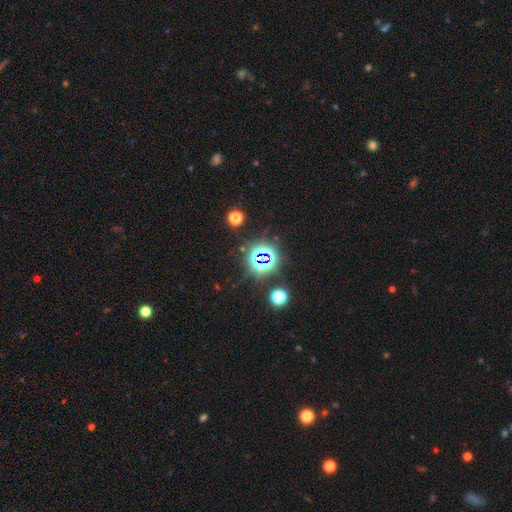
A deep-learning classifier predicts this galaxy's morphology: This appears to be a star or artifact, not a galaxy (76%).